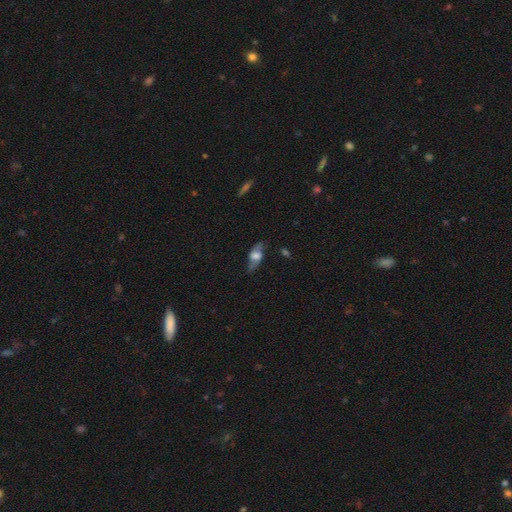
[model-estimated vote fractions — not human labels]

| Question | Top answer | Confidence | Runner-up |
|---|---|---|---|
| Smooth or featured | featured or disk | 59% | smooth (33%) |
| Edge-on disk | no | 71% | yes (29%) |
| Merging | none | 69% | minor disturbance (21%) |